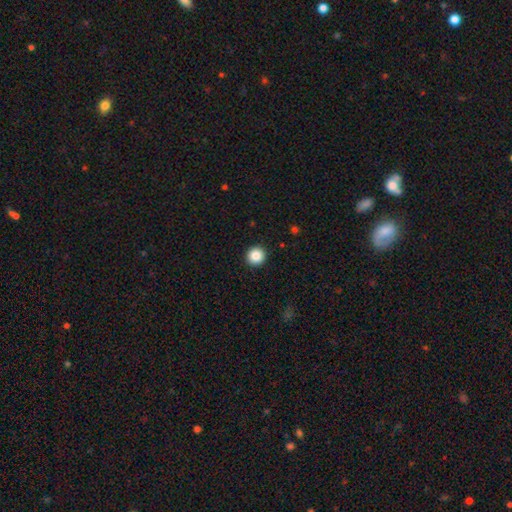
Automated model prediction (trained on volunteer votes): Smooth or featured? smooth (86%)
How rounded? round (96%)
Merging? none (93%)